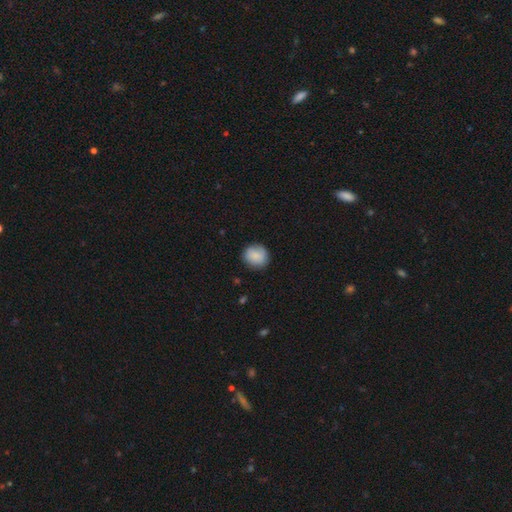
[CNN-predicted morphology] Smooth or featured?
  - smooth: 86% *
  - star or artifact: 7%
  - featured or disk: 7%
How rounded?
  - round: 83% *
  - in between: 16%
  - cigar-shaped: 1%
Merging?
  - none: 84% *
  - minor disturbance: 12%
  - major disturbance: 3%
  - merger: 1%